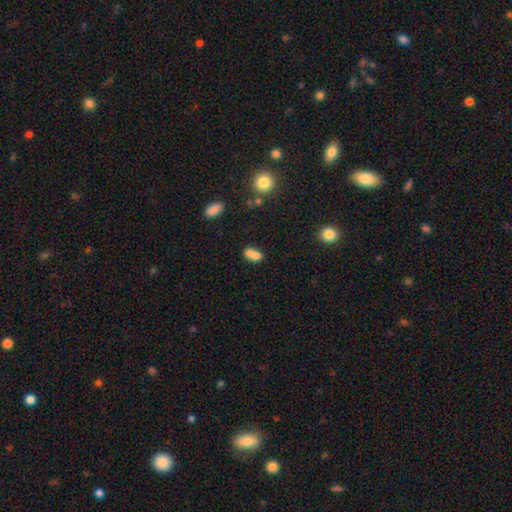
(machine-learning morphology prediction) The model was most divided on "how rounded": in between: 64%, round: 34%, cigar-shaped: 2%. More confident: smooth or featured — smooth (72%); merging — merger (62%).